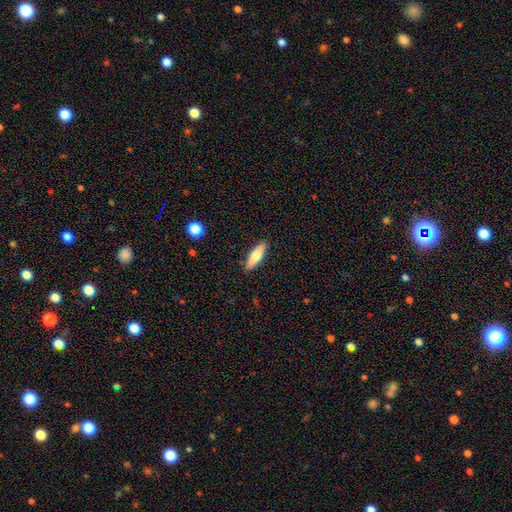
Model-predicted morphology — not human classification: This appears to be a smooth galaxy with no disk features (71%) that is cigar-shaped (58%). Merging: none (89%).